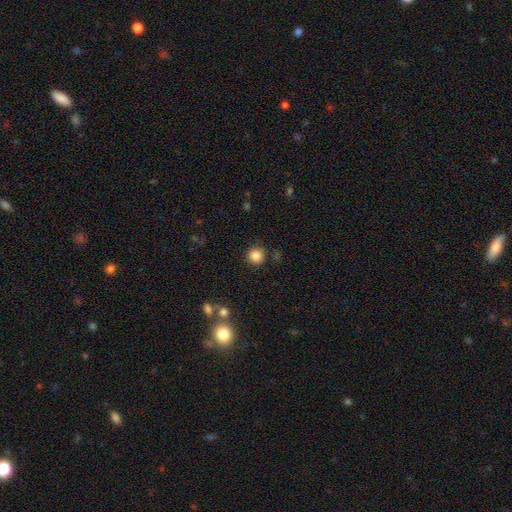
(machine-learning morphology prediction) smooth_or_featured: smooth (p=0.85) [alt: star or artifact p=0.11]
how_rounded: round (p=0.94) [alt: in between p=0.05]
merging: none (p=0.87) [alt: minor disturbance p=0.07]